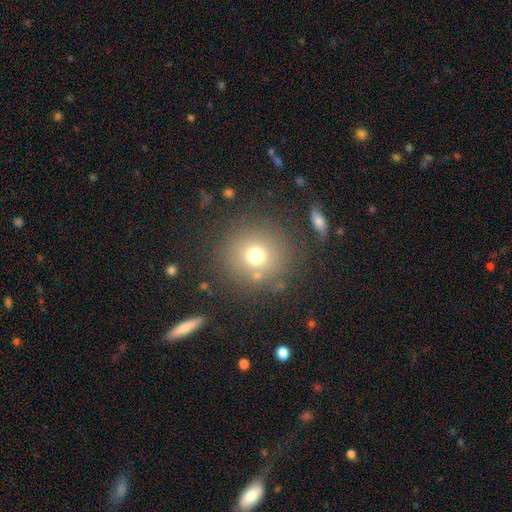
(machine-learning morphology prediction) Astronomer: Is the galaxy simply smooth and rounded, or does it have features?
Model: smooth — 71%.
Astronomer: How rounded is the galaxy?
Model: round — 93%.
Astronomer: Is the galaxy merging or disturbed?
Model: none — 81%.